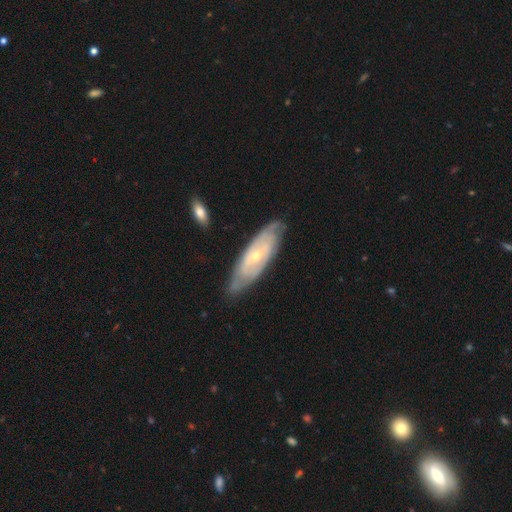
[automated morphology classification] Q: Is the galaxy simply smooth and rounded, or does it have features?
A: featured or disk — 79%.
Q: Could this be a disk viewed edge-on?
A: no — 83%.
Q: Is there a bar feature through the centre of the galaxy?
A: no — 51%.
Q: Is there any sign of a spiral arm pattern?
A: yes — 87%.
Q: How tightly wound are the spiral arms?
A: tight — 69%.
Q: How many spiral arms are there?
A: can't tell — 51%.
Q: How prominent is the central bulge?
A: small — 62%.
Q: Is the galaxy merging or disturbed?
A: none — 76%.